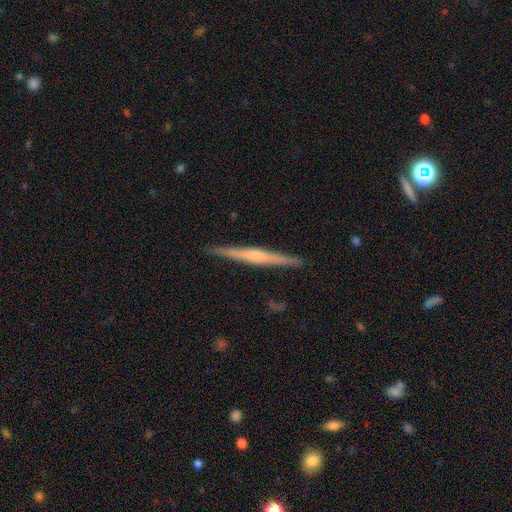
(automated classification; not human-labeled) Q: Smooth or featured?
A: featured or disk (66%); runner-up: smooth (28%)
Q: Edge-on disk?
A: yes (98%); runner-up: no (2%)
Q: Edge-on bulge?
A: rounded (55%); runner-up: none (28%)
Q: Merging?
A: none (91%); runner-up: minor disturbance (6%)